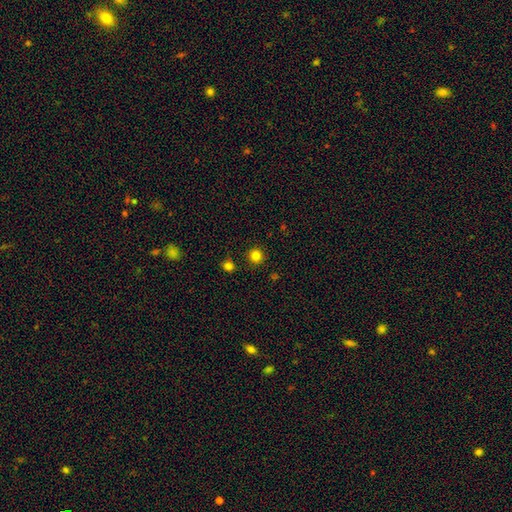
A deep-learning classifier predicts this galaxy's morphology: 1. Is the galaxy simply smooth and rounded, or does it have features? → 83% smooth, 13% star or artifact, 4% featured or disk.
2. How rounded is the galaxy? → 95% round, 4% in between, 1% cigar-shaped.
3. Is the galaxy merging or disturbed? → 90% none, 6% minor disturbance, 3% merger, 2% major disturbance.